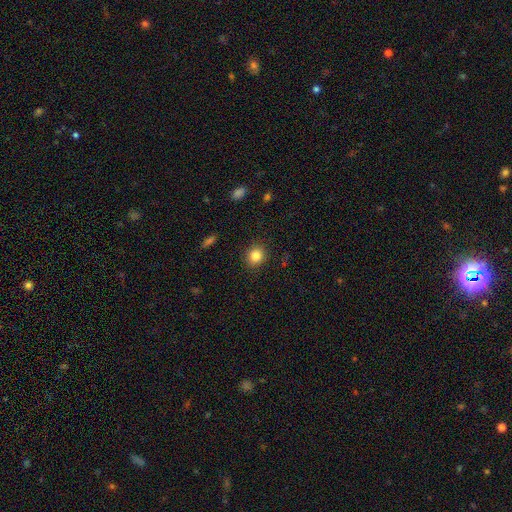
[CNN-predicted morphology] Smooth or featured? smooth (84%)
How rounded? round (82%)
Merging? none (90%)